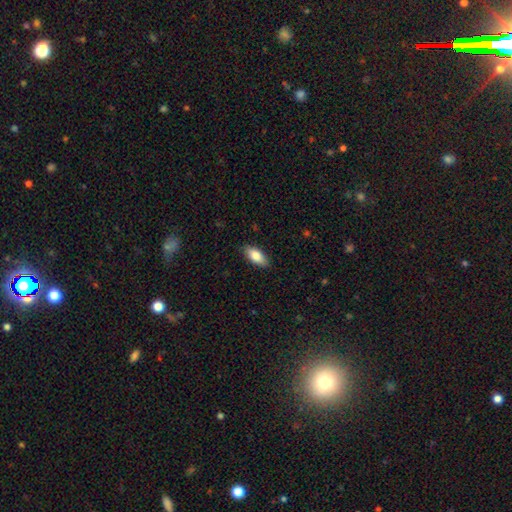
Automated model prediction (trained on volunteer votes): This is clearly a smooth galaxy (83%). How rounded: clearly in between (86%). Merging: clearly none (87%).